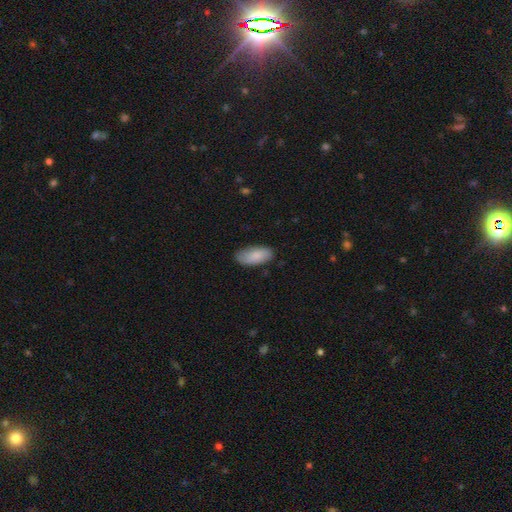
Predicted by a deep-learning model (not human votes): Morphology: type=smooth (81%); roundness=in between (90%); merging=none (80%).